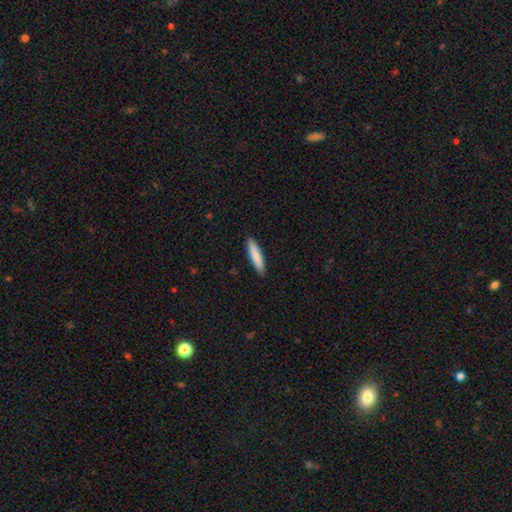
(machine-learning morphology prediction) A smooth galaxy with no disk features (85%) that is cigar-shaped (85%).

Vote fractions:
- Smooth or featured? smooth: 85% / featured or disk: 10% / star or artifact: 5%
- How rounded? cigar-shaped: 85% / in between: 14% / round: 1%
- Merging? none: 90% / minor disturbance: 7% / major disturbance: 1% / merger: 1%